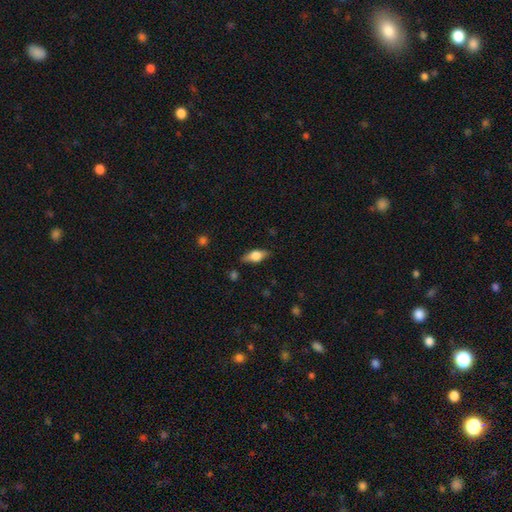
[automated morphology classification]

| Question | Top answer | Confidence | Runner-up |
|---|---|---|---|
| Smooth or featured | smooth | 51% | featured or disk (41%) |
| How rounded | in between | 72% | cigar-shaped (21%) |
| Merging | none | 81% | minor disturbance (14%) |